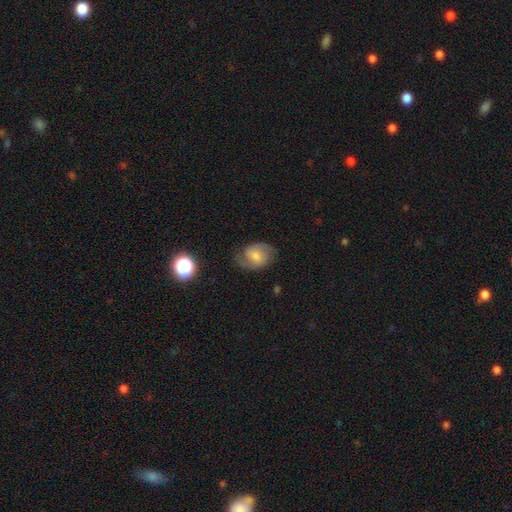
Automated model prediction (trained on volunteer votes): Smooth or featured? Predicted: featured or disk (p=0.58). Edge-on disk? Predicted: no (p=0.97). Bar? Predicted: no (p=0.49). Spiral arms? Predicted: yes (p=0.89). Spiral winding? Predicted: medium (p=0.49). Spiral arm count? Predicted: 2 (p=0.84). Bulge size? Predicted: moderate (p=0.46). Merging? Predicted: none (p=0.68).